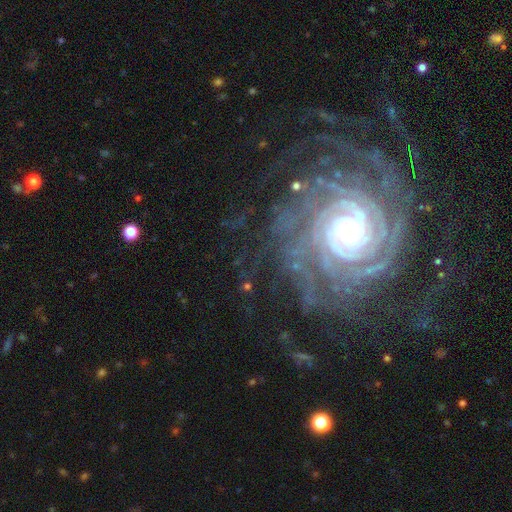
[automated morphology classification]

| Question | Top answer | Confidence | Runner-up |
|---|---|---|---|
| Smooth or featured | featured or disk | 89% | star or artifact (7%) |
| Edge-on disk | no | 97% | yes (3%) |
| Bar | no | 68% | weak (20%) |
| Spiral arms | yes | 98% | no (2%) |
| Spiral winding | tight | 84% | medium (13%) |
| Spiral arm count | more than 4 | 27% | can't tell (21%) |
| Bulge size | small | 79% | moderate (15%) |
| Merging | none | 74% | minor disturbance (14%) |